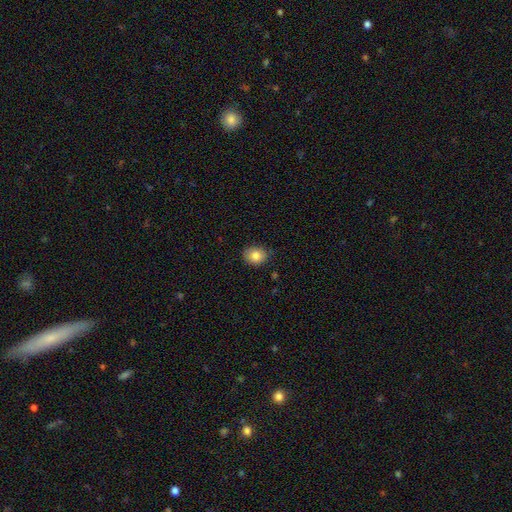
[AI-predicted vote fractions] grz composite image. It shows a smooth galaxy with no disk features (83%) that is round (59%). Merging: none (82%).